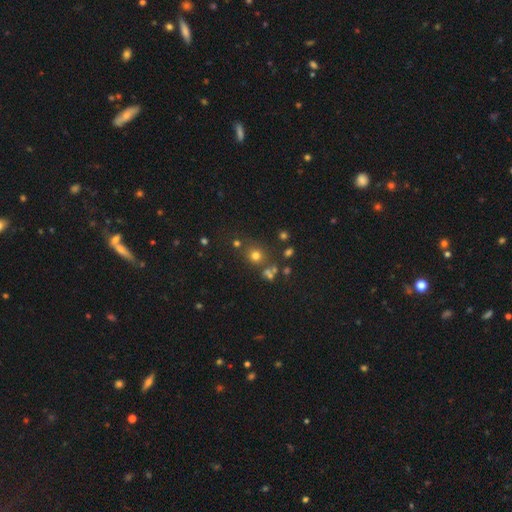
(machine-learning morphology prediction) Smooth or featured? smooth (69%)
How rounded? round (86%)
Merging? none (71%)